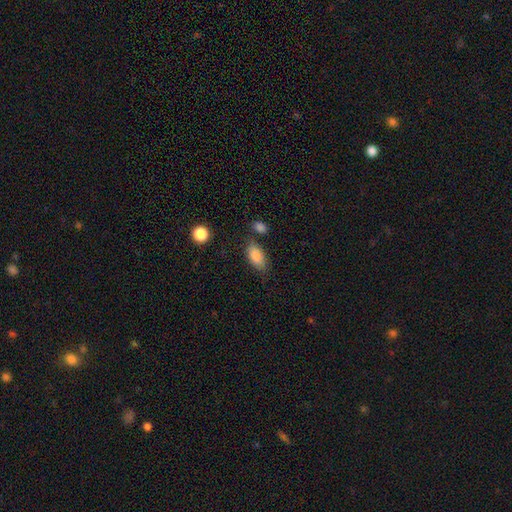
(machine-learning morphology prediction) The model was most divided on "merging": none: 70%, minor disturbance: 18%, merger: 8%, major disturbance: 4%. More confident: how rounded — in between (90%); smooth or featured — smooth (84%).